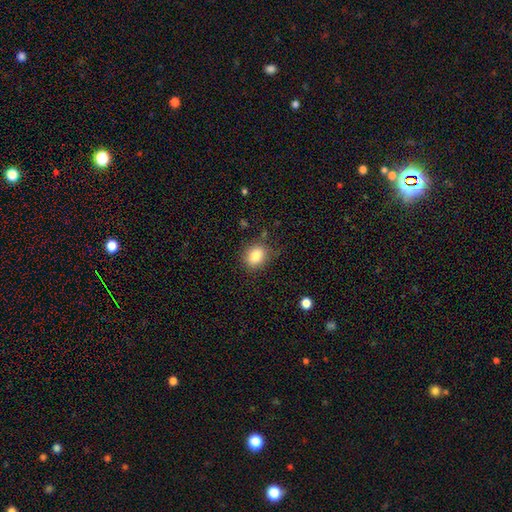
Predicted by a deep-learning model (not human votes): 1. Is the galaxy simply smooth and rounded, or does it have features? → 83% smooth, 10% star or artifact, 7% featured or disk.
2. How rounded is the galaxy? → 52% round, 47% in between, 1% cigar-shaped.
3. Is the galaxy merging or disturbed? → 78% none, 16% minor disturbance, 4% major disturbance, 2% merger.